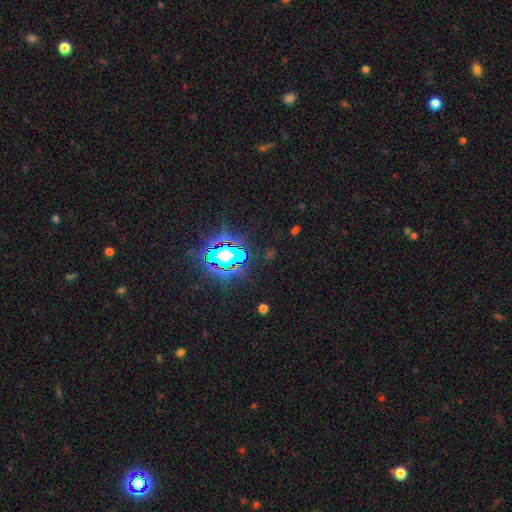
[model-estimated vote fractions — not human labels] This is likely a star or artifact rather than a galaxy (79%).